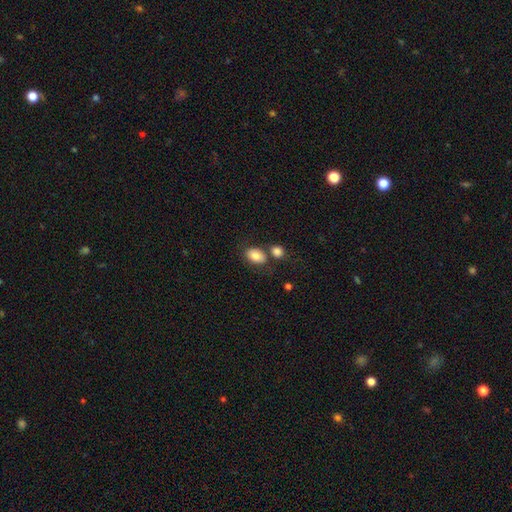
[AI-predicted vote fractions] A smooth galaxy with no disk features (83%) that is in between round and cigar-shaped (83%). Merging: none (60%).